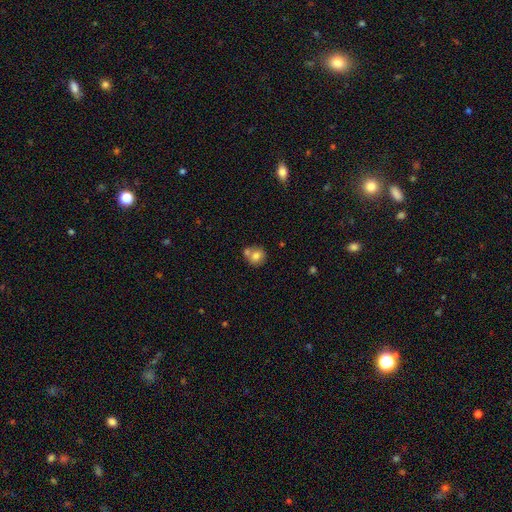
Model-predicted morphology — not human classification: This appears to be a smooth galaxy with no disk features (76%) that is round (86%). Merging: none (54%).